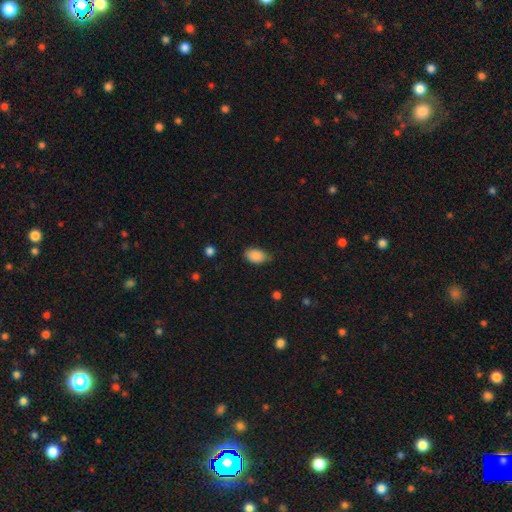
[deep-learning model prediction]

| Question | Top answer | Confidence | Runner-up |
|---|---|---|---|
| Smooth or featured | smooth | 88% | star or artifact (8%) |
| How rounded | in between | 90% | round (8%) |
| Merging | none | 65% | minor disturbance (29%) |